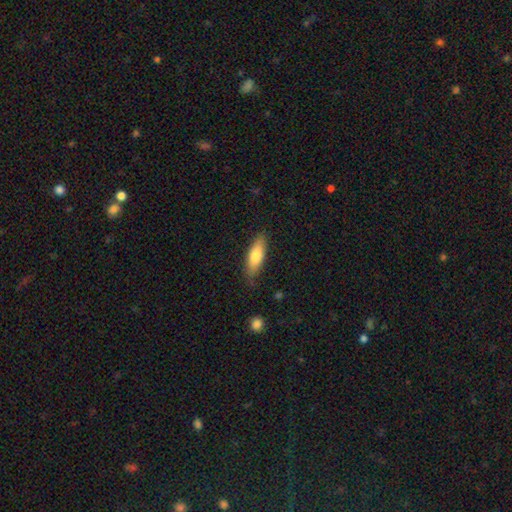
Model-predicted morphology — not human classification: type=smooth (74%); roundness=in between (58%); merging=none (80%).